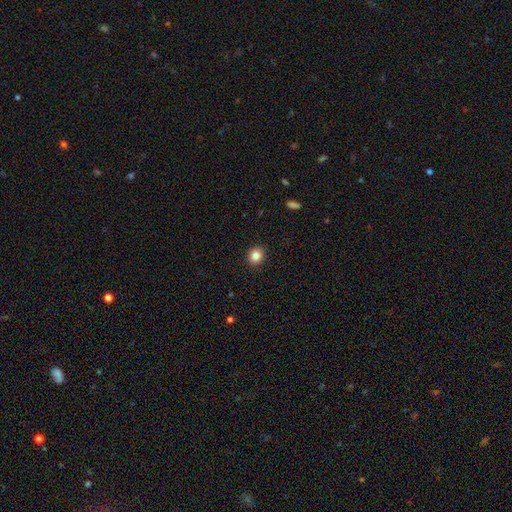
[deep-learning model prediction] Morphology: type=smooth (85%); roundness=round (78%); merging=none (92%).